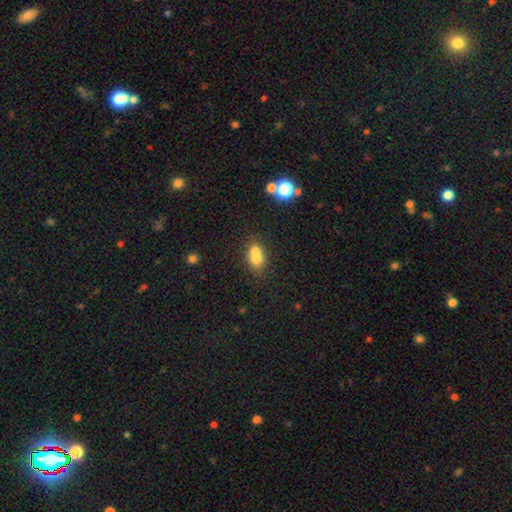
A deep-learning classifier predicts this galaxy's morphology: This appears to be a smooth galaxy with no disk features (69%) that is round (53%). Merging: merger (60%).